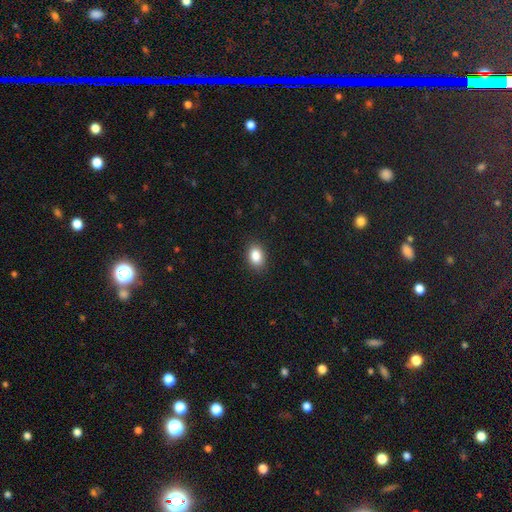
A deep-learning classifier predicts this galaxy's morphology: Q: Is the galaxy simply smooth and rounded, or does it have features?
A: smooth — 86%.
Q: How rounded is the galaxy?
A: in between — 74%.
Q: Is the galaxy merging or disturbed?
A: none — 88%.